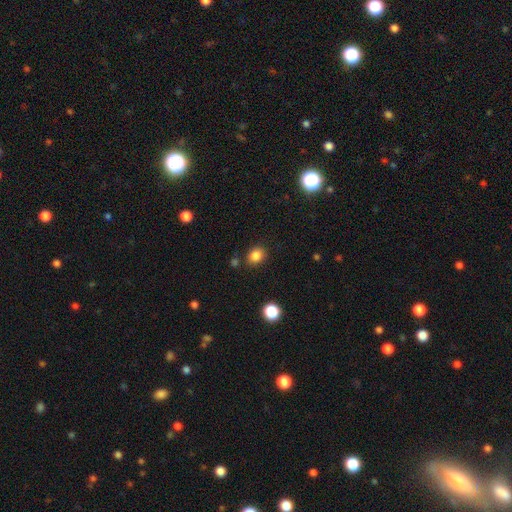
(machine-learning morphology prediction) Q: Smooth or featured?
A: smooth (84%); runner-up: star or artifact (12%)
Q: How rounded?
A: round (62%); runner-up: in between (37%)
Q: Merging?
A: none (84%); runner-up: minor disturbance (9%)